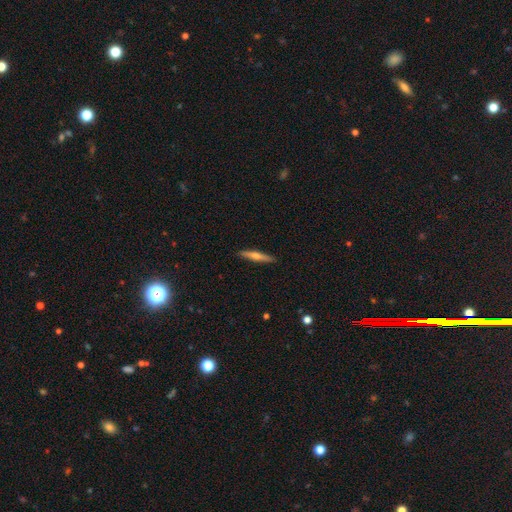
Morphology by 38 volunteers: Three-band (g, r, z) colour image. It shows a featured or disk galaxy (74%) viewed edge-on (96%) with a rounded central bulge (85%). Merging: none (89%).